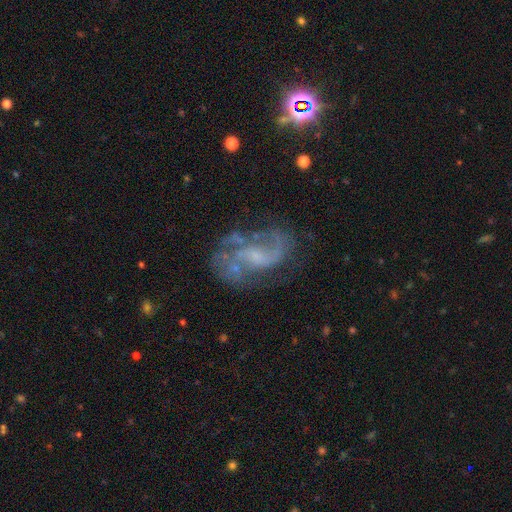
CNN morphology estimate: The model was most divided on "spiral winding": medium: 43%, loose: 41%, tight: 16%. Remaining: edge-on disk — no (97%); spiral arms — yes (86%); smooth or featured — featured or disk (78%); spiral arm count — 2 (61%); merging — none (55%); bar — no (47%); bulge size — small (40%).